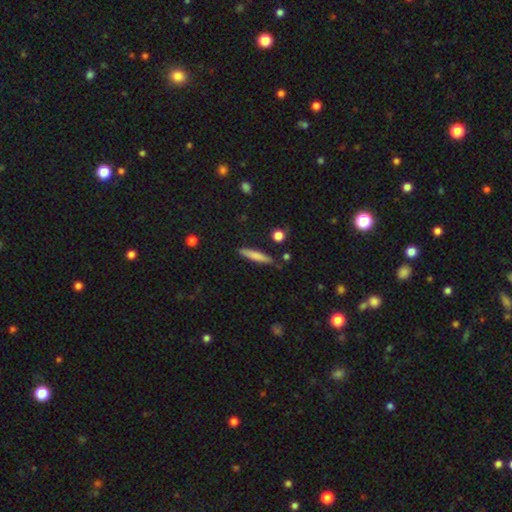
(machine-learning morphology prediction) Smooth or featured? Predicted: smooth (p=0.75). How rounded? Predicted: cigar-shaped (p=0.90). Merging? Predicted: none (p=0.84).